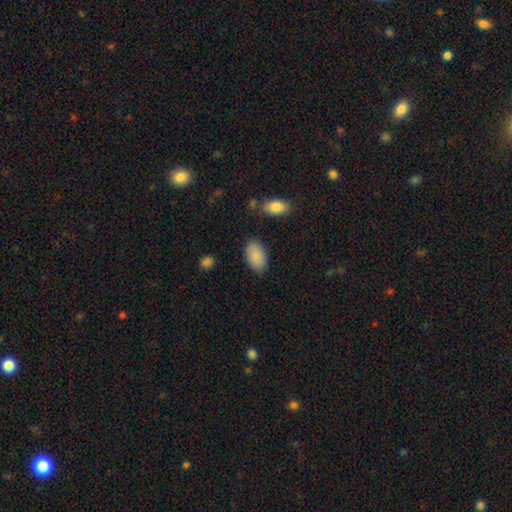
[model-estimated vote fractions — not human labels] This appears to be a smooth galaxy with no disk features (89%) that is in between round and cigar-shaped (94%). Merging: none (84%).